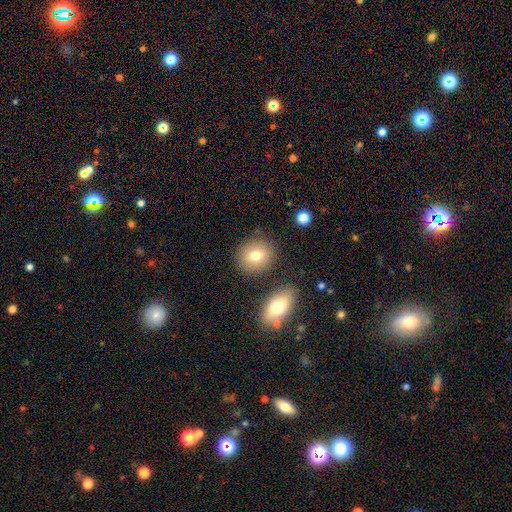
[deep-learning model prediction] A smooth galaxy with no disk features (76%) that is round (73%). Merging: none (81%).